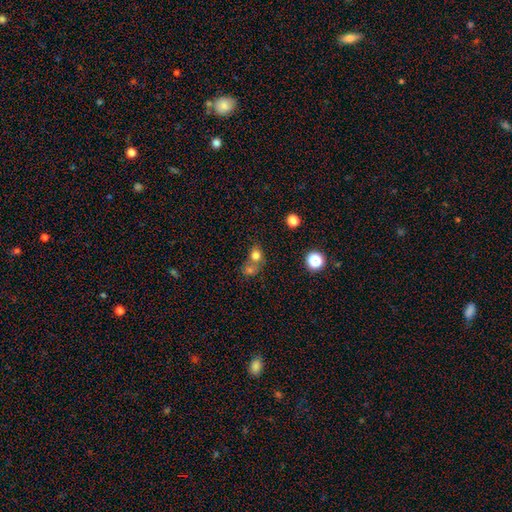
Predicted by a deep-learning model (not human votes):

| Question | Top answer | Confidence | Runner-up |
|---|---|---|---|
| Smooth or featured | smooth | 77% | star or artifact (14%) |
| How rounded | round | 69% | in between (30%) |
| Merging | merger | 49% | none (38%) |